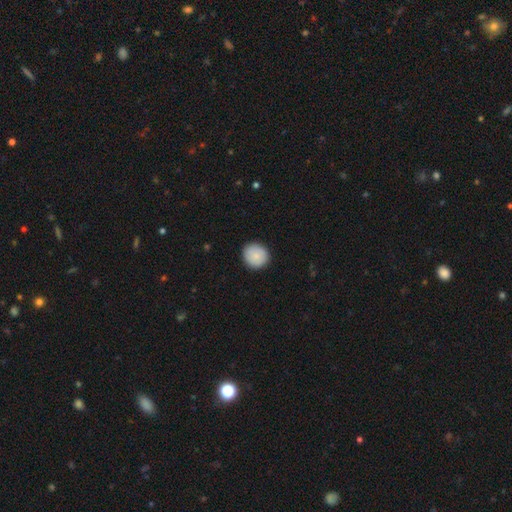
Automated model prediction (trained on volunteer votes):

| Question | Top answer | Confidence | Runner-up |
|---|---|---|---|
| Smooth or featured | smooth | 87% | star or artifact (6%) |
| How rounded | round | 89% | in between (10%) |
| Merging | none | 90% | minor disturbance (7%) |